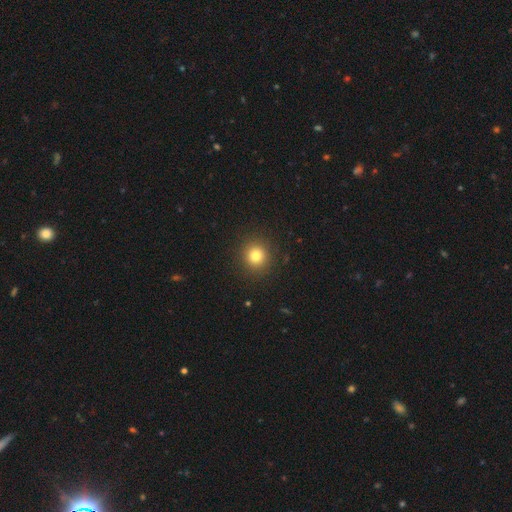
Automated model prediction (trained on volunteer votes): Smooth or featured? smooth (79%)
How rounded? round (93%)
Merging? none (91%)